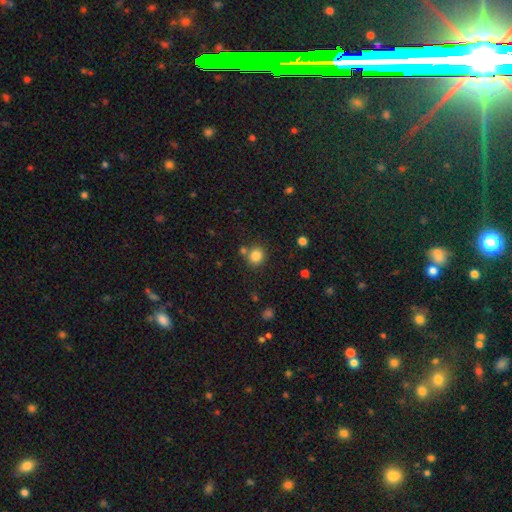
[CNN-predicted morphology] type=smooth (83%); roundness=round (82%); merging=none (73%).